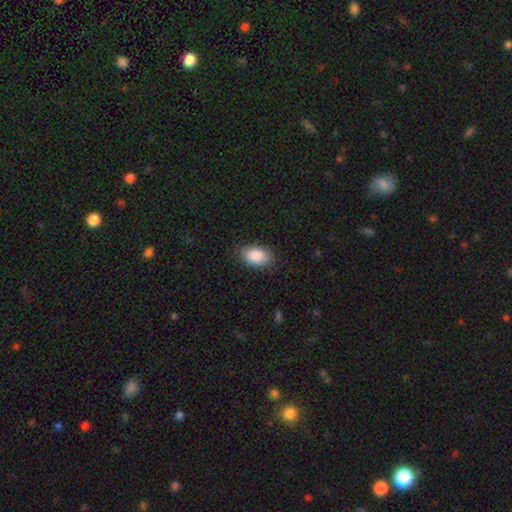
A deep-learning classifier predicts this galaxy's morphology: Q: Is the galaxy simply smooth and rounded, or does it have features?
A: smooth — 89%.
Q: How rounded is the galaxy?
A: in between — 90%.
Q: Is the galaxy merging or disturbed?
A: none — 82%.